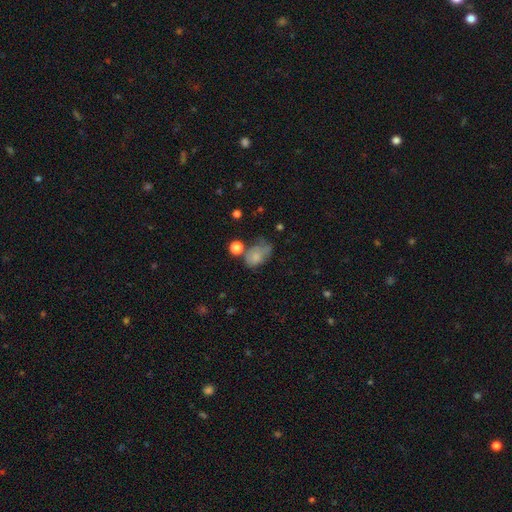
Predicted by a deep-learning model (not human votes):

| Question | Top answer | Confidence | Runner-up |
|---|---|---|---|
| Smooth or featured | smooth | 70% | featured or disk (18%) |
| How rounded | in between | 76% | round (23%) |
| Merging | minor disturbance | 31% | none (30%) |